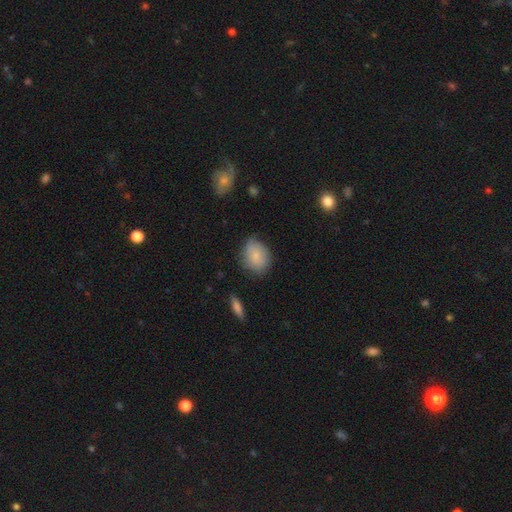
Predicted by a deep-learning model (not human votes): smooth-or-featured: smooth: 83% | featured or disk: 10% | star or artifact: 7%
  how-rounded: in between: 50% | round: 49% | cigar-shaped: 1%
  merging: none: 69% | minor disturbance: 24% | major disturbance: 5% | merger: 2%